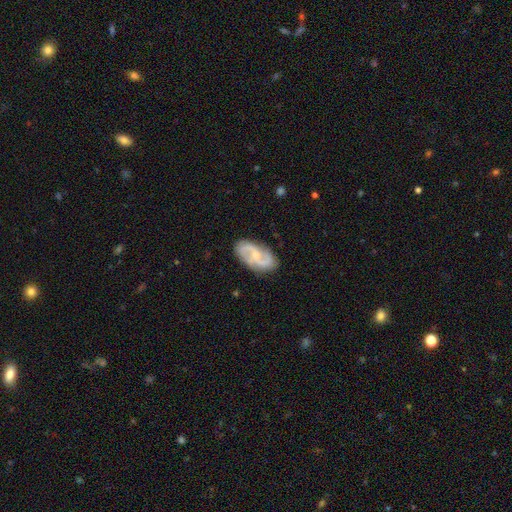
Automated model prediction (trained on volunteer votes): Smooth or featured?
  - featured or disk: 81% *
  - smooth: 14%
  - star or artifact: 5%
Edge-on disk?
  - no: 96% *
  - yes: 4%
Bar?
  - no: 50% *
  - weak: 41%
  - strong: 9%
Spiral arms?
  - yes: 96% *
  - no: 4%
Spiral winding?
  - medium: 49% *
  - loose: 29%
  - tight: 22%
Spiral arm count?
  - 2: 78% *
  - 3: 10%
  - can't tell: 7%
  - 4: 2%
  - 1: 2%
  - more than 4: 2%
Bulge size?
  - small: 61% *
  - moderate: 29%
  - none: 8%
  - large: 1%
  - dominant: 1%
Merging?
  - none: 82% *
  - minor disturbance: 13%
  - major disturbance: 3%
  - merger: 1%